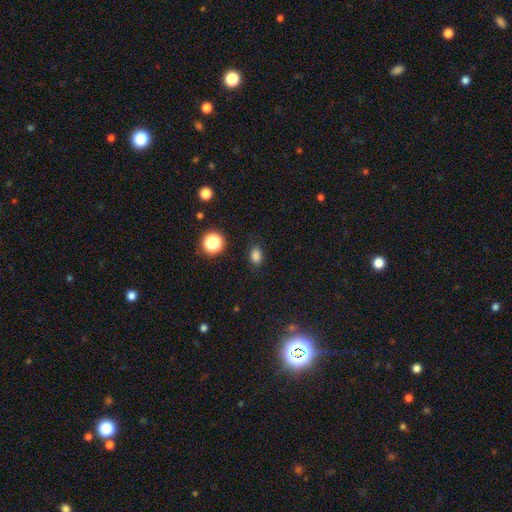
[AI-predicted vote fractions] This is clearly a smooth galaxy (80%). How rounded: likely in between (74%). Merging: clearly none (84%).